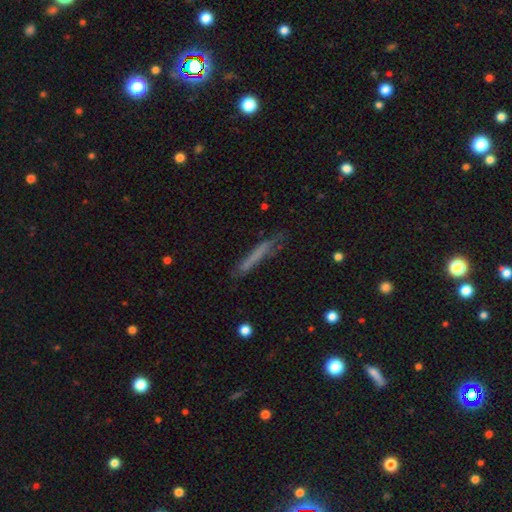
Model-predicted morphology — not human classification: smooth_or_featured: smooth (p=0.60) [alt: featured or disk p=0.31]
how_rounded: cigar-shaped (p=0.94) [alt: in between p=0.04]
merging: none (p=0.73) [alt: minor disturbance p=0.19]